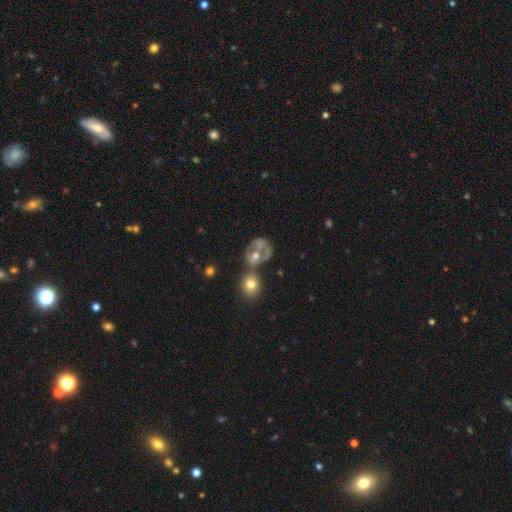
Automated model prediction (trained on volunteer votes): smooth_or_featured: smooth (p=0.45) [alt: featured or disk p=0.43]
merging: merger (p=0.37) [alt: none p=0.32]